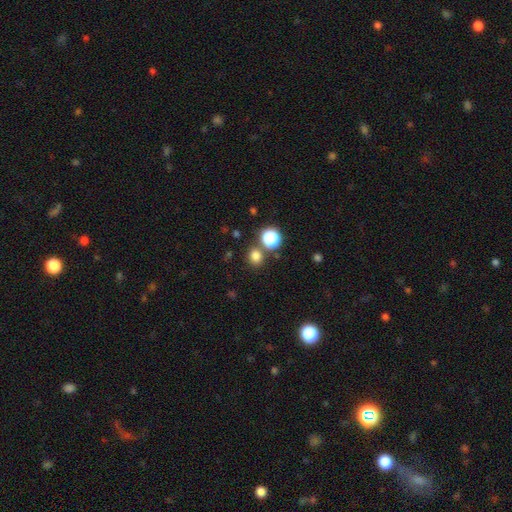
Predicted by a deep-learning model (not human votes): Overall: smooth (77%). How rounded: round (81%). Merging: none (79%).